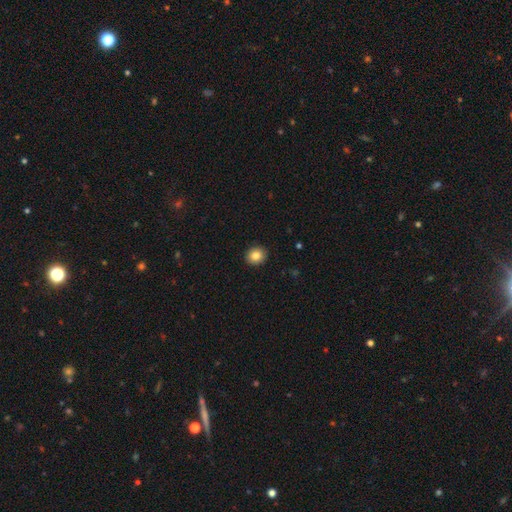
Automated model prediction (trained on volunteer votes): A smooth galaxy with no disk features (84%) that is round (78%).

Vote fractions:
- Smooth or featured? smooth: 84% / star or artifact: 9% / featured or disk: 6%
- How rounded? round: 78% / in between: 21% / cigar-shaped: 1%
- Merging? none: 92% / minor disturbance: 5% / major disturbance: 2% / merger: 1%